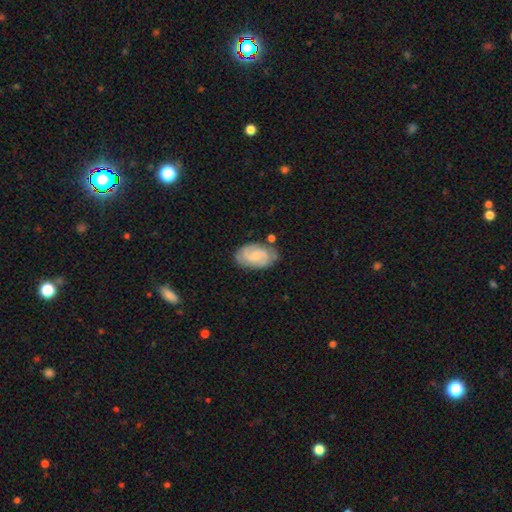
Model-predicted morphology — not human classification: Q: Smooth or featured?
A: featured or disk (71%); runner-up: smooth (23%)
Q: Edge-on disk?
A: no (97%); runner-up: yes (3%)
Q: Bar?
A: no (53%); runner-up: weak (41%)
Q: Spiral arms?
A: yes (94%); runner-up: no (6%)
Q: Spiral winding?
A: medium (44%); runner-up: tight (42%)
Q: Spiral arm count?
A: 2 (76%); runner-up: can't tell (12%)
Q: Bulge size?
A: small (62%); runner-up: moderate (25%)
Q: Merging?
A: none (76%); runner-up: minor disturbance (17%)